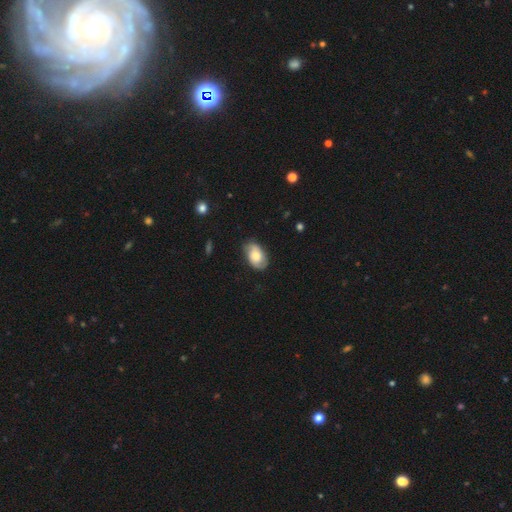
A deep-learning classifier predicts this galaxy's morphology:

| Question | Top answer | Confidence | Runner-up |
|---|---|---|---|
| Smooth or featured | smooth | 56% | featured or disk (37%) |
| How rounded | in between | 91% | round (8%) |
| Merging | none | 74% | minor disturbance (20%) |